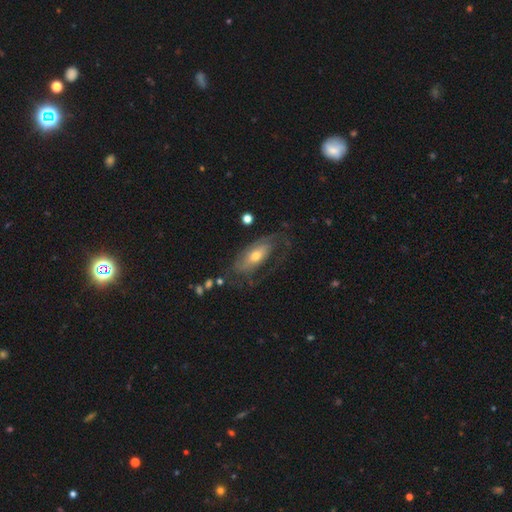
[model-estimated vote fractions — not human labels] A featured or disk galaxy (64%) with no bar (62%), spiral arms (74%) and a moderate central bulge (58%).

Vote fractions:
- Smooth or featured? featured or disk: 64% / smooth: 29% / star or artifact: 7%
- Edge-on disk? no: 87% / yes: 13%
- Bar? no: 62% / weak: 27% / strong: 11%
- Spiral arms? yes: 74% / no: 26%
- Bulge size? moderate: 58% / small: 33% / large: 6% / none: 1% / dominant: 1%
- Merging? none: 50% / major disturbance: 27% / minor disturbance: 21% / merger: 2%